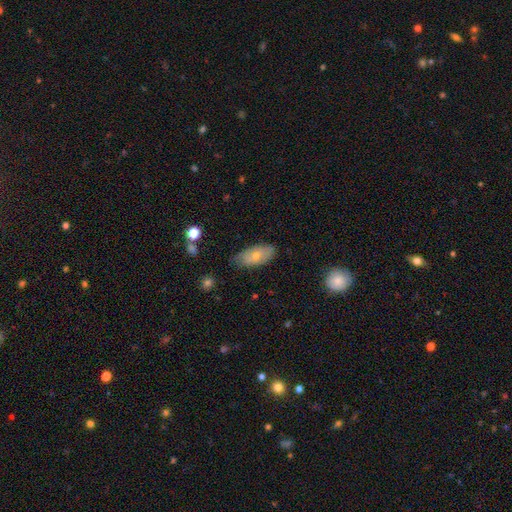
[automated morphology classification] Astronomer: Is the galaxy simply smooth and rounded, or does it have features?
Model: smooth — 59%.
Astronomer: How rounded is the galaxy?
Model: in between — 90%.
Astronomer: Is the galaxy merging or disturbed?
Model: none — 68%.